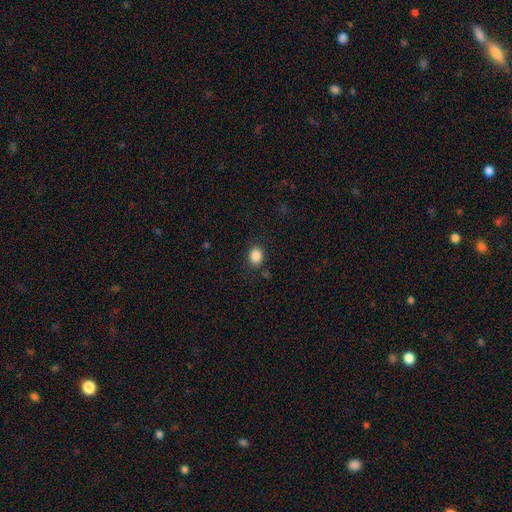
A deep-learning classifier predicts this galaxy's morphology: smooth_or_featured: smooth (p=0.87) [alt: star or artifact p=0.10]
how_rounded: round (p=0.53) [alt: in between p=0.46]
merging: none (p=0.85) [alt: minor disturbance p=0.10]